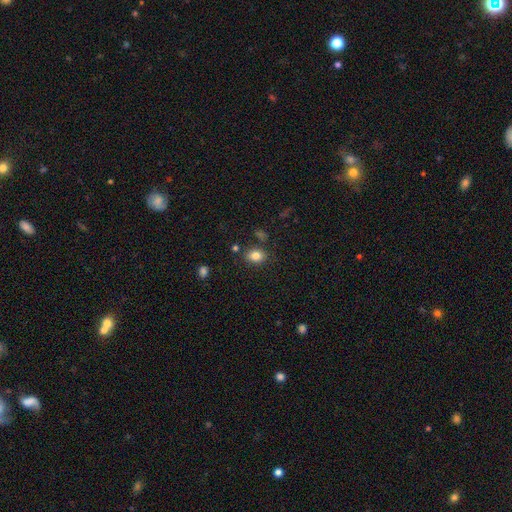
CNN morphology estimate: Smooth or featured? Predicted: smooth (p=0.82). How rounded? Predicted: in between (p=0.63). Merging? Predicted: none (p=0.80).